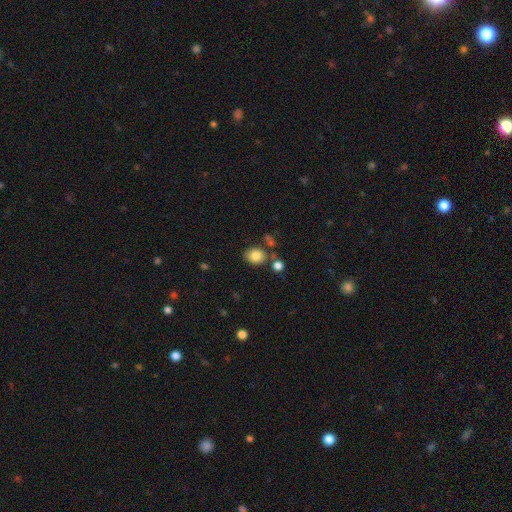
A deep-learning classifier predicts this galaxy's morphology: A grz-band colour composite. It shows a smooth galaxy with no disk features (83%) that is round (51%). Merging: none (73%).